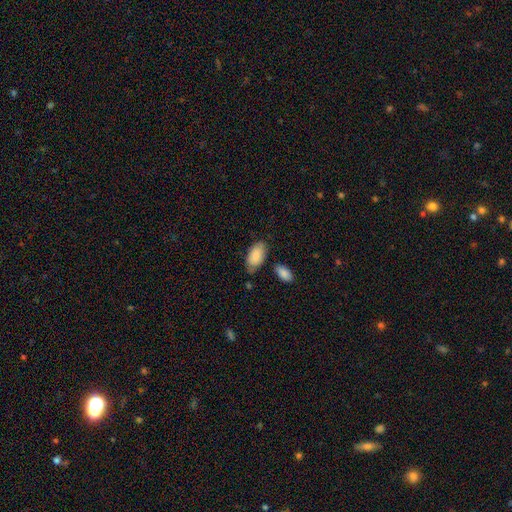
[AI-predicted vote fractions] smooth_or_featured: smooth (p=0.87) [alt: featured or disk p=0.07]
how_rounded: in between (p=0.95) [alt: round p=0.03]
merging: none (p=0.64) [alt: minor disturbance p=0.24]